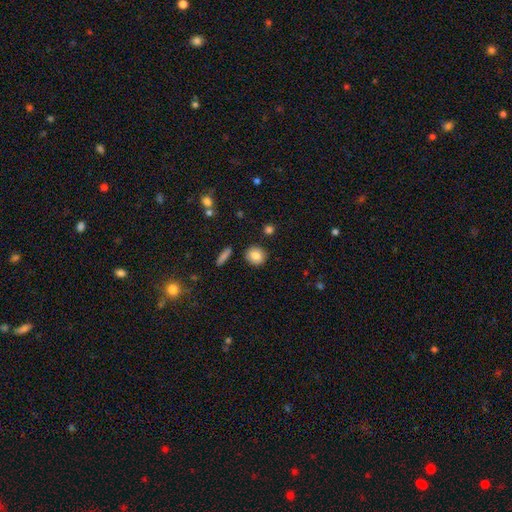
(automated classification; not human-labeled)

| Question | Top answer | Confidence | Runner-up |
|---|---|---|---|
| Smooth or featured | smooth | 82% | featured or disk (9%) |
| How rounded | round | 80% | in between (19%) |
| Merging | none | 88% | minor disturbance (8%) |